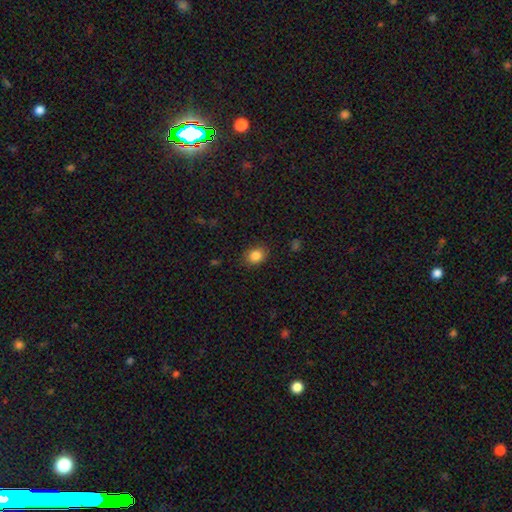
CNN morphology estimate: Q: Smooth or featured?
A: smooth (85%); runner-up: star or artifact (10%)
Q: How rounded?
A: round (51%); runner-up: in between (48%)
Q: Merging?
A: none (86%); runner-up: minor disturbance (10%)